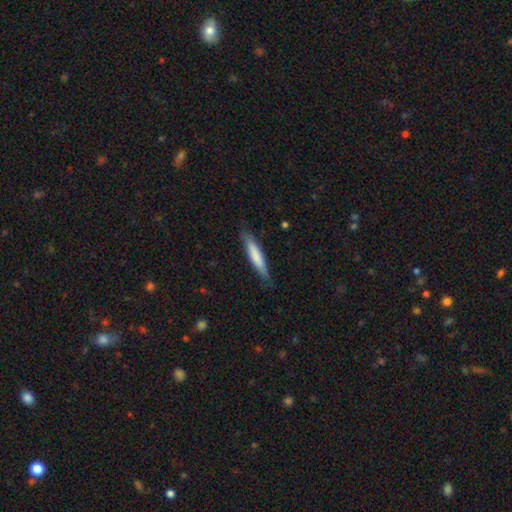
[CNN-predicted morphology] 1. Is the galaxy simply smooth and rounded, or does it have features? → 71% smooth, 23% featured or disk, 5% star or artifact.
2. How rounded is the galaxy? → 90% cigar-shaped, 9% in between, 1% round.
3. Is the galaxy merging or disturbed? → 83% none, 14% minor disturbance, 2% major disturbance, 1% merger.